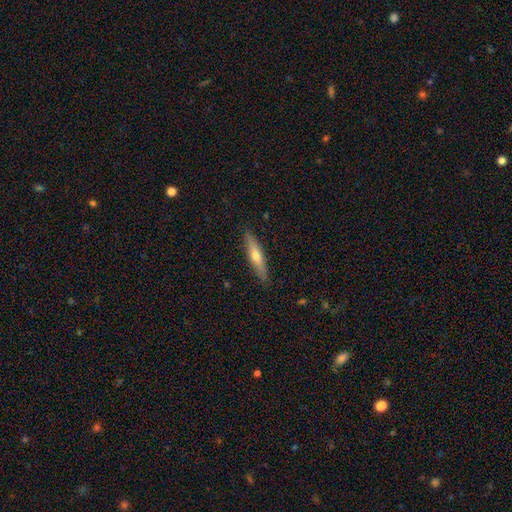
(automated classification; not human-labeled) smooth_or_featured: smooth (p=0.47) [tied with: featured or disk p=0.47]
merging: none (p=0.88) [alt: minor disturbance p=0.09]